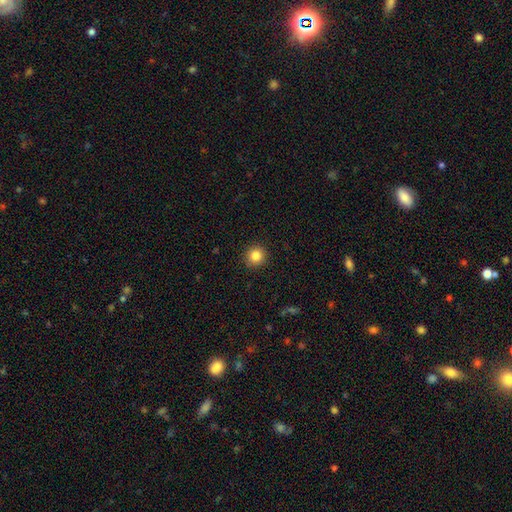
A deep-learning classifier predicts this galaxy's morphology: The model was most divided on "smooth or featured": smooth: 84%, star or artifact: 10%, featured or disk: 5%. More confident: how rounded — round (92%); merging — none (92%).